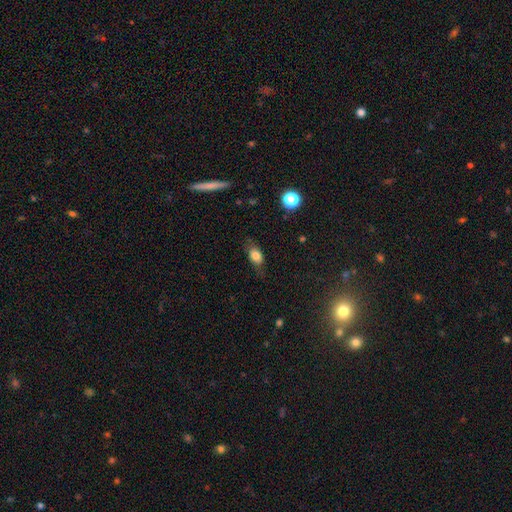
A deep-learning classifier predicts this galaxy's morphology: This is likely a smooth galaxy (77%). How rounded: likely in between (80%). Merging: likely none (68%).